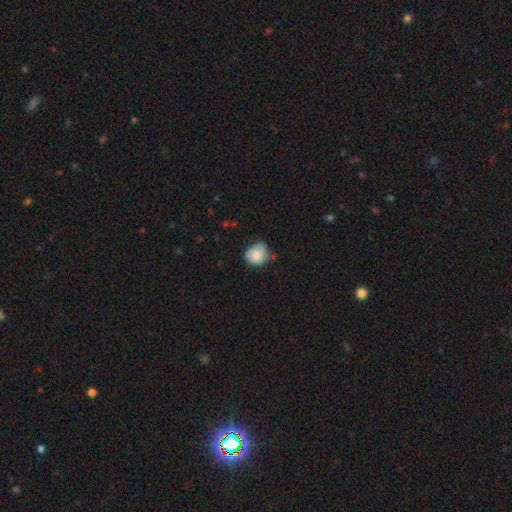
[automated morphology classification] The model was most divided on "merging": none: 57%, minor disturbance: 34%, major disturbance: 5%, merger: 4%. More confident: smooth or featured — smooth (85%); how rounded — round (76%).